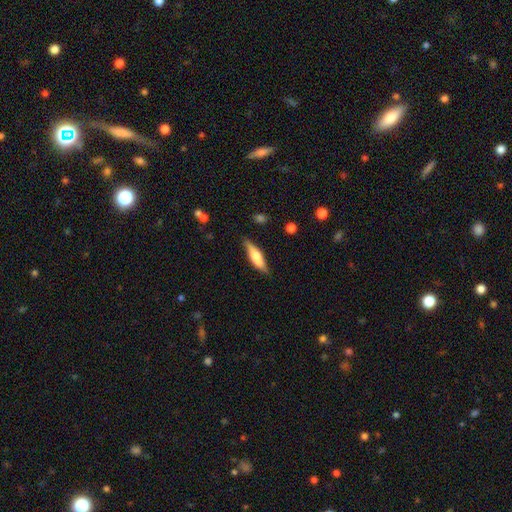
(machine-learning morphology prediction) The model was most divided on "smooth or featured": smooth: 54%, featured or disk: 40%, star or artifact: 6%. More confident: merging — none (79%); how rounded — cigar-shaped (62%).